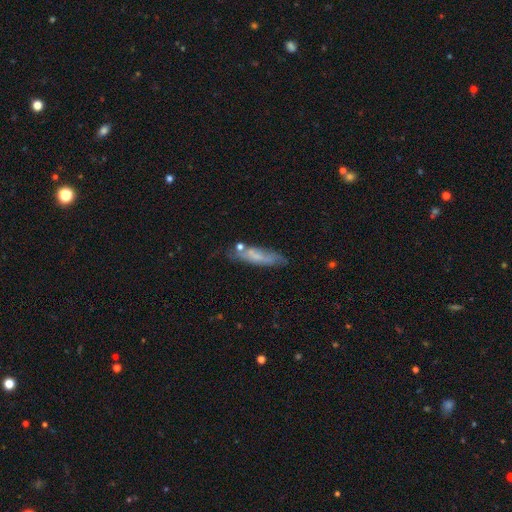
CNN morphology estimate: Smooth or featured? smooth (55%)
How rounded? cigar-shaped (71%)
Merging? none (61%)